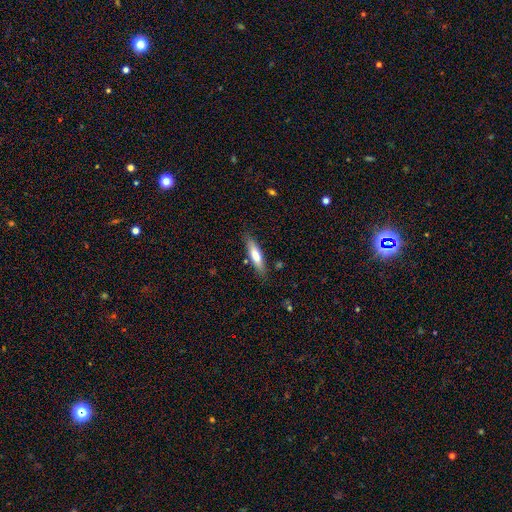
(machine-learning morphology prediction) This appears to be a smooth galaxy with no disk features (73%) that is cigar-shaped (71%). Merging: none (83%).